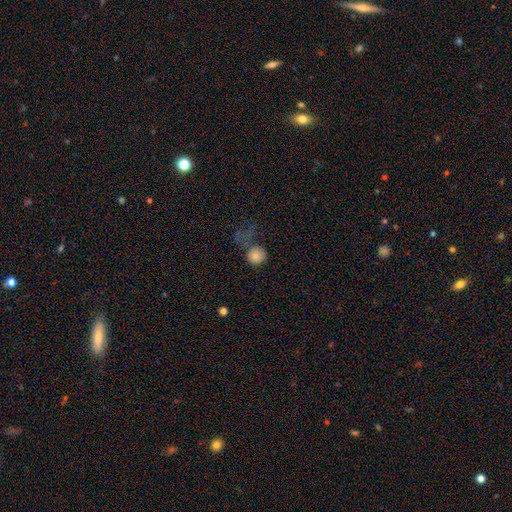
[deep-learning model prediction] A smooth galaxy with no disk features (78%) that is round (90%). Merging: none (48%).